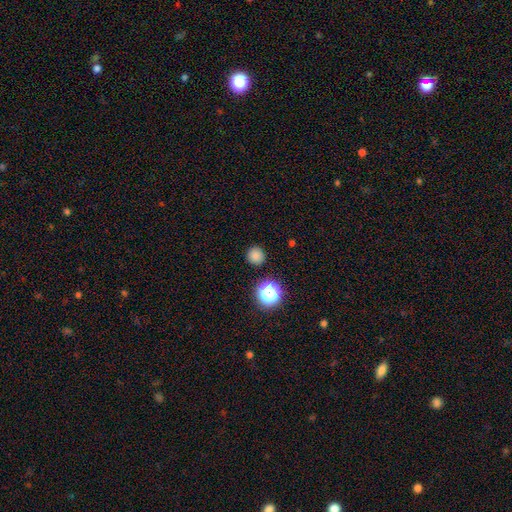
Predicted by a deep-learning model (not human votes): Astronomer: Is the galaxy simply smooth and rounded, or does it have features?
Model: smooth — 80%.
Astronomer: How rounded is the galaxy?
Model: round — 94%.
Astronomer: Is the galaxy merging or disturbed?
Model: none — 90%.